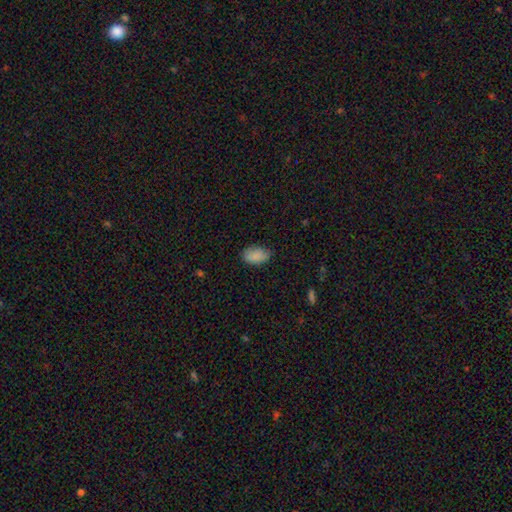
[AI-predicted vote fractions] smooth-or-featured: smooth: 87% | star or artifact: 8% | featured or disk: 5%
  how-rounded: in between: 91% | round: 7% | cigar-shaped: 2%
  merging: none: 71% | minor disturbance: 24% | major disturbance: 4% | merger: 1%